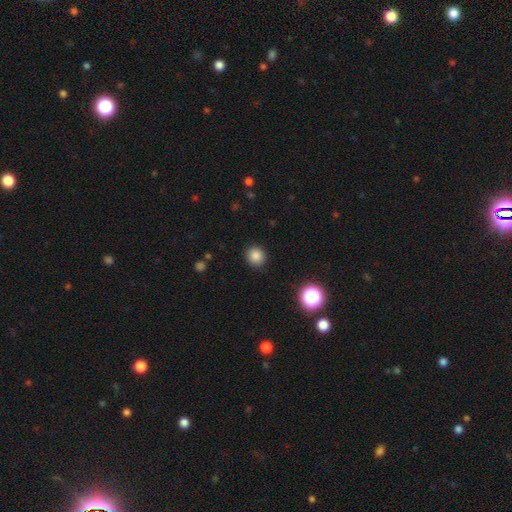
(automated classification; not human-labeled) This appears to be a smooth galaxy with no disk features (84%) that is round (87%). Merging: none (90%).